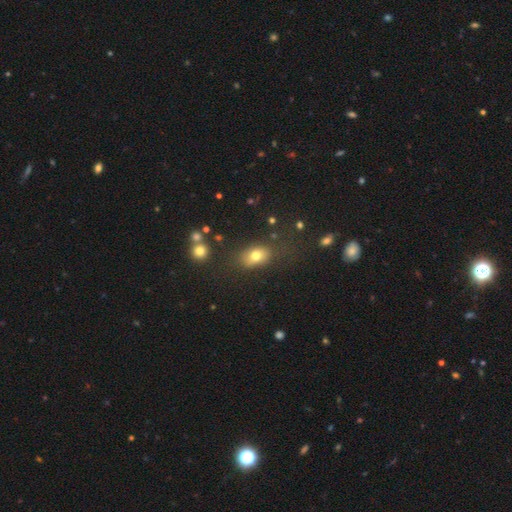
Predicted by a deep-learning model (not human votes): Overall: smooth (76%). How rounded: in between (78%). Merging: none (73%).